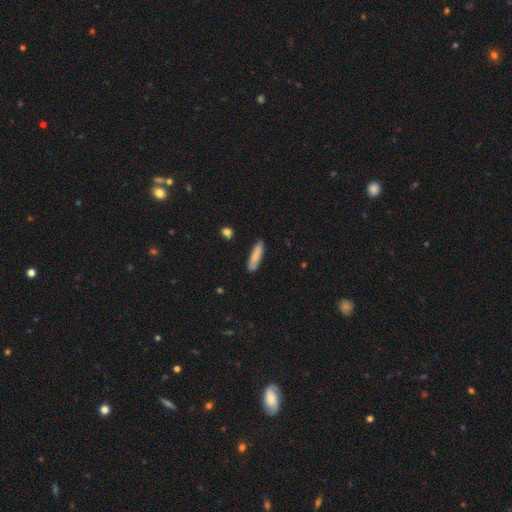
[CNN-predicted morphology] smooth_or_featured: smooth (p=0.83) [alt: featured or disk p=0.12]
how_rounded: cigar-shaped (p=0.75) [alt: in between p=0.23]
merging: none (p=0.85) [alt: minor disturbance p=0.12]